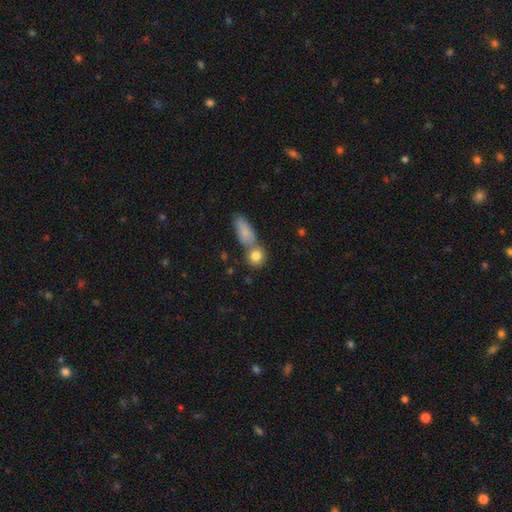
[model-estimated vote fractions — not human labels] smooth 83%, featured or disk 9%, star or artifact 8%. Down the decision tree: how rounded — round (69%); merging — none (53%).